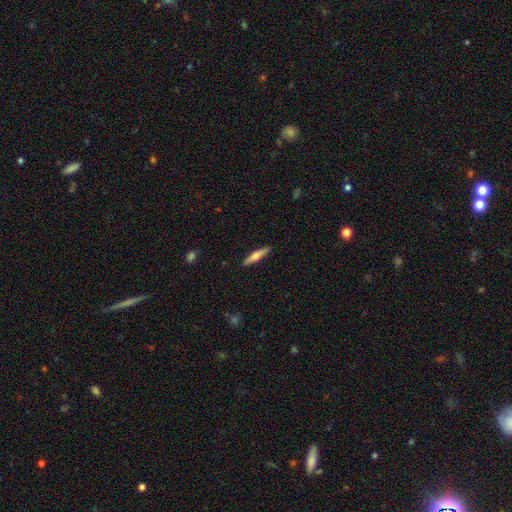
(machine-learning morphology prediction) Smooth or featured: smooth — 58% (featured or disk — 37%)
How rounded: cigar-shaped — 85% (in between — 14%)
Merging: none — 90% (minor disturbance — 7%)